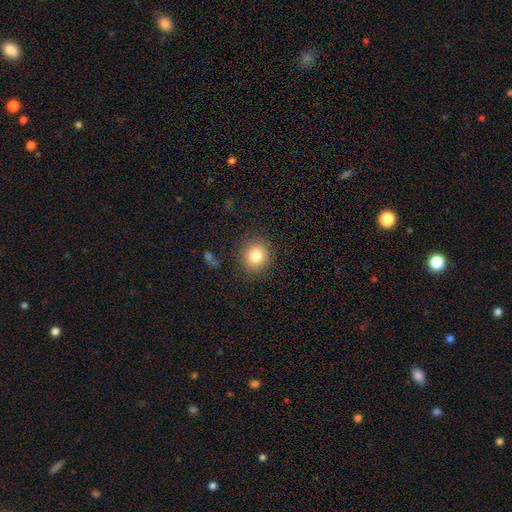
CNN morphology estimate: smooth-or-featured: smooth: 83% | star or artifact: 11% | featured or disk: 7%
  how-rounded: round: 86% | in between: 13% | cigar-shaped: 1%
  merging: none: 87% | minor disturbance: 8% | major disturbance: 3% | merger: 1%